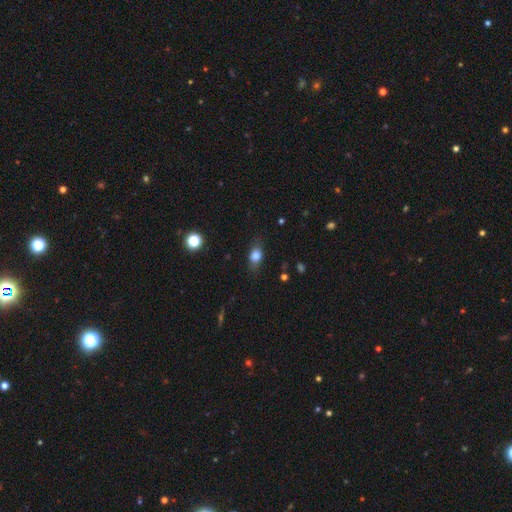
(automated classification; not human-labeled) Overall: smooth (77%). How rounded: in between (73%). Merging: none (76%).